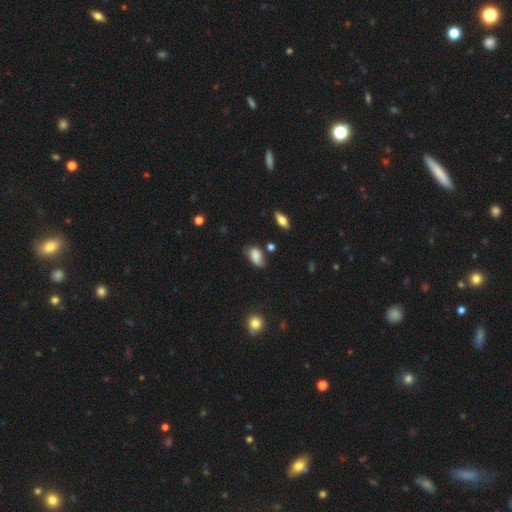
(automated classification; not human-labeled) Q: Smooth or featured?
A: smooth (74%); runner-up: featured or disk (16%)
Q: How rounded?
A: in between (89%); runner-up: round (8%)
Q: Merging?
A: none (48%); runner-up: minor disturbance (37%)